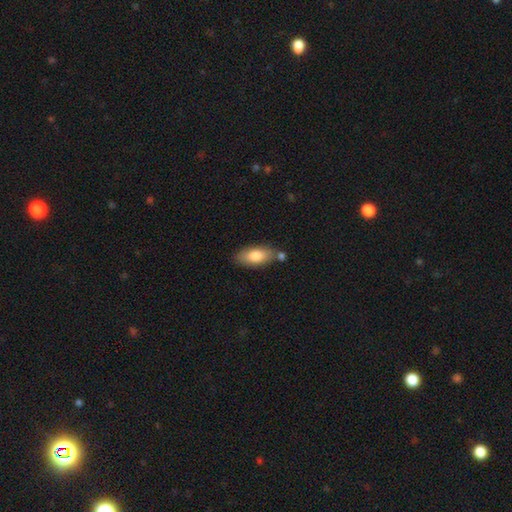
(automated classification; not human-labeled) Morphology: type=smooth (80%); roundness=in between (85%); merging=none (71%).